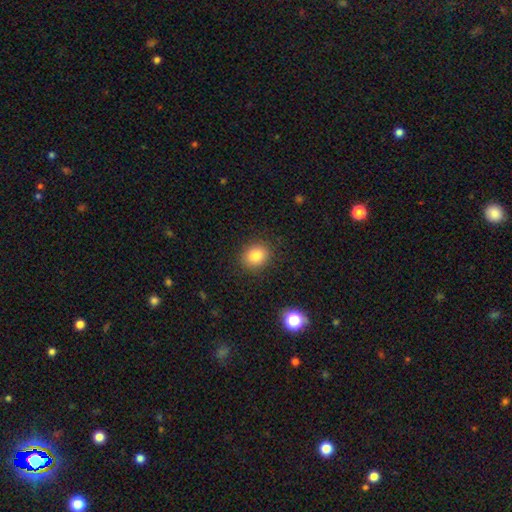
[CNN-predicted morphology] Smooth or featured?
  - smooth: 83% *
  - star or artifact: 10%
  - featured or disk: 6%
How rounded?
  - round: 67% *
  - in between: 33%
  - cigar-shaped: 1%
Merging?
  - none: 89% *
  - minor disturbance: 7%
  - major disturbance: 2%
  - merger: 1%